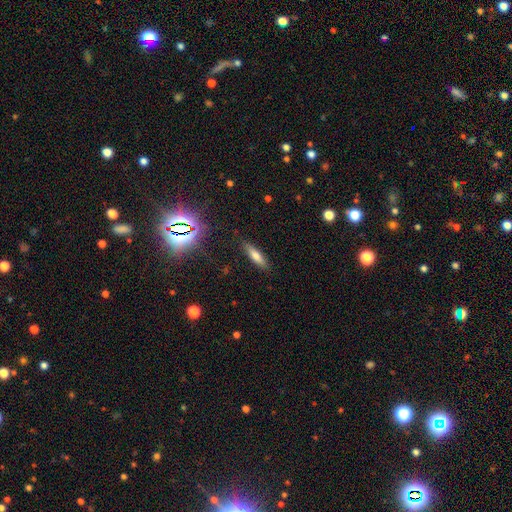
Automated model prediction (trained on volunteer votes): This is likely a smooth galaxy (66%). How rounded: likely cigar-shaped (66%). Merging: clearly none (86%).